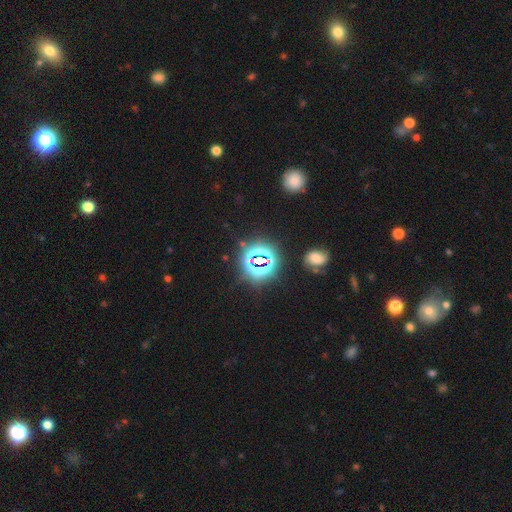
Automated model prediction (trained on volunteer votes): The model was most divided on "smooth or featured": star or artifact: 79%, smooth: 14%, featured or disk: 7%.